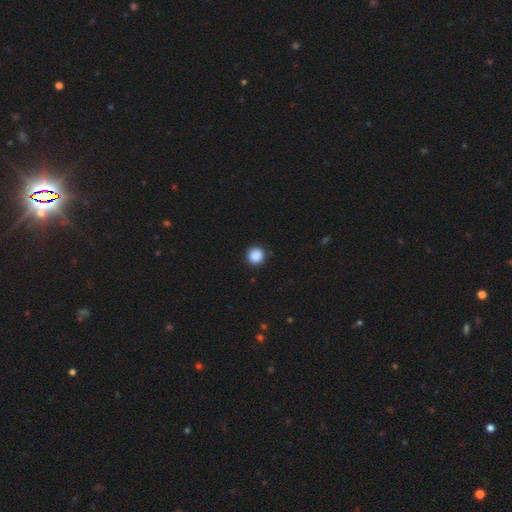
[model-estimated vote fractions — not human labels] Smooth or featured?
  - smooth: 88% *
  - star or artifact: 10%
  - featured or disk: 2%
How rounded?
  - round: 94% *
  - in between: 5%
  - cigar-shaped: 1%
Merging?
  - none: 92% *
  - minor disturbance: 6%
  - major disturbance: 2%
  - merger: 1%